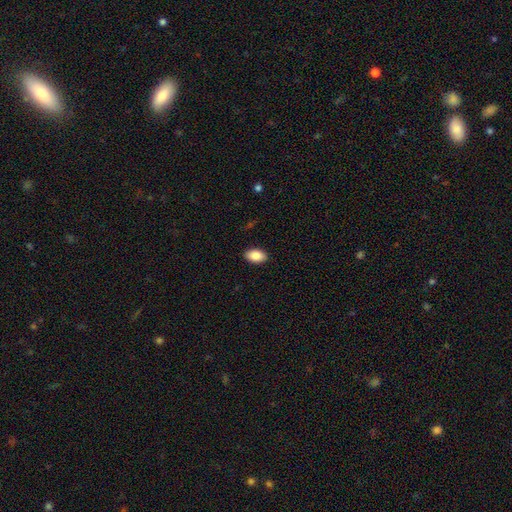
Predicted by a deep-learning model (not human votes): smooth-or-featured: smooth: 87% | star or artifact: 7% | featured or disk: 5%
  how-rounded: in between: 92% | round: 6% | cigar-shaped: 1%
  merging: none: 90% | minor disturbance: 7% | major disturbance: 2% | merger: 1%